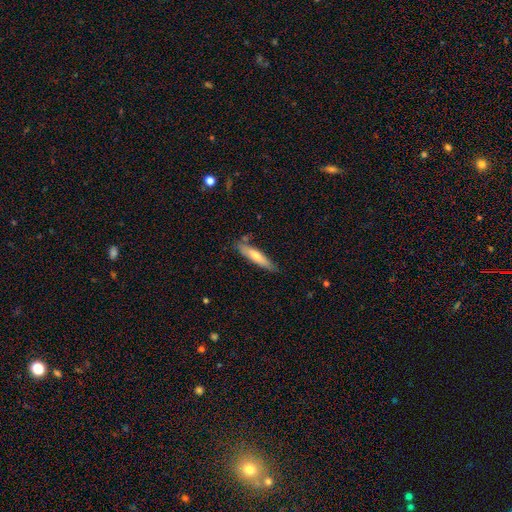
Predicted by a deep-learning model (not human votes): smooth_or_featured: smooth (p=0.63) [alt: featured or disk p=0.32]
how_rounded: cigar-shaped (p=0.82) [alt: in between p=0.16]
merging: none (p=0.77) [alt: minor disturbance p=0.16]